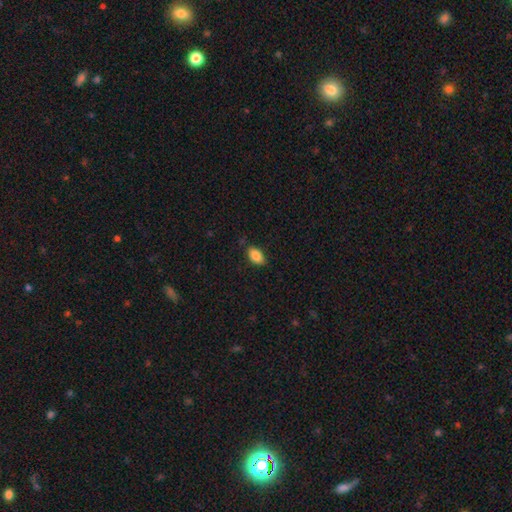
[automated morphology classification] Overall: smooth (85%). How rounded: in between (91%). Merging: none (82%).